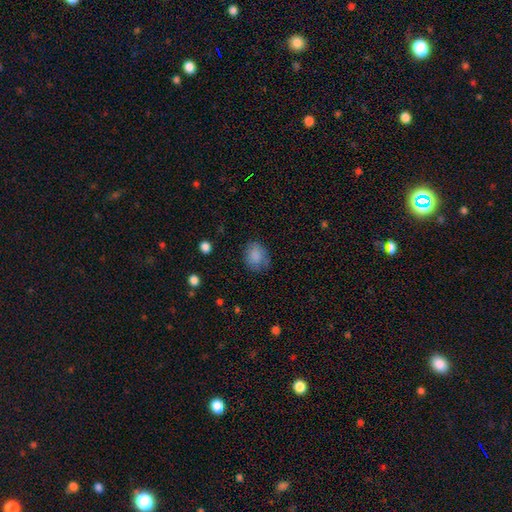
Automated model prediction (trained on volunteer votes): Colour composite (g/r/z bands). It shows a smooth galaxy with no disk features (85%) that is round (61%). Merging: none (74%).